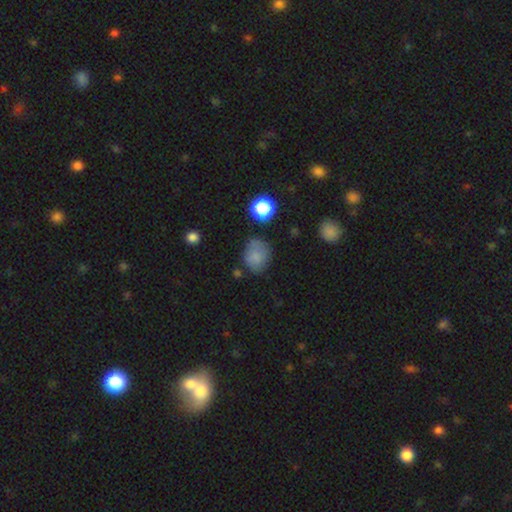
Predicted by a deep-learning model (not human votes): smooth-or-featured: smooth: 74% | featured or disk: 13% | star or artifact: 12%
  how-rounded: round: 57% | in between: 42% | cigar-shaped: 1%
  merging: none: 60% | minor disturbance: 26% | major disturbance: 10% | merger: 5%